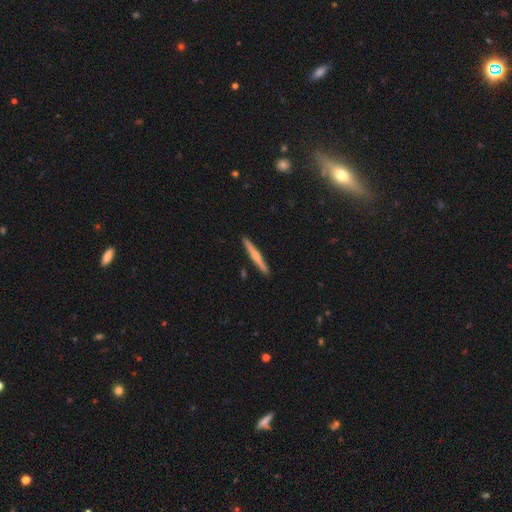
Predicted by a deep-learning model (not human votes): smooth_or_featured: featured or disk (p=0.49) [alt: smooth p=0.46]
merging: none (p=0.91) [alt: minor disturbance p=0.06]